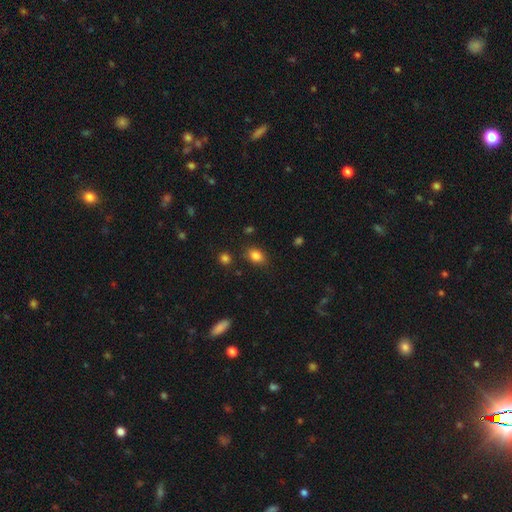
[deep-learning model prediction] Smooth or featured? smooth (85%)
How rounded? in between (79%)
Merging? none (81%)